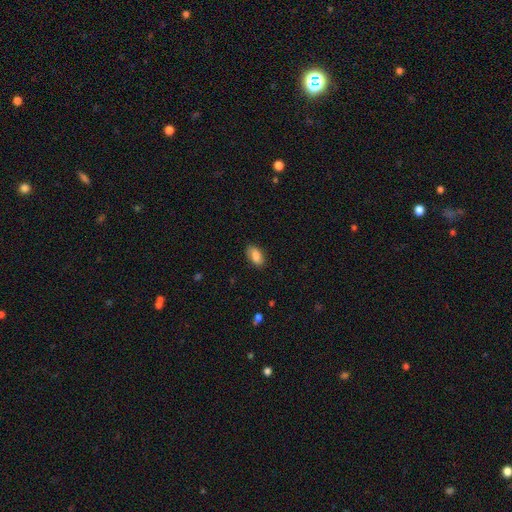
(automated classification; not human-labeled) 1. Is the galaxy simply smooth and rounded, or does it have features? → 84% smooth, 9% featured or disk, 7% star or artifact.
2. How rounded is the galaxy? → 92% in between, 5% round, 3% cigar-shaped.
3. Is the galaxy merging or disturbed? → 82% none, 14% minor disturbance, 3% major disturbance, 1% merger.